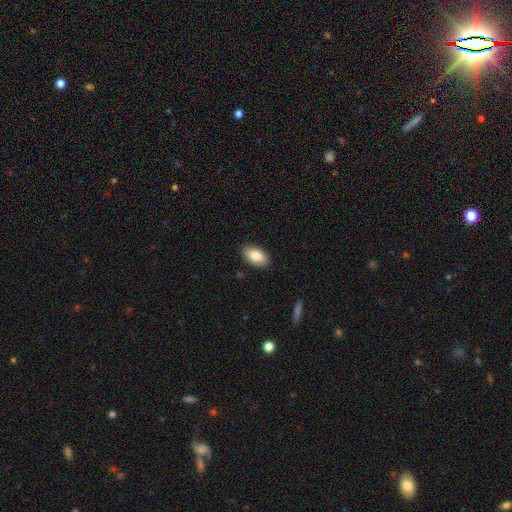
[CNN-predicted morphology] Smooth or featured? Predicted: smooth (p=0.82). How rounded? Predicted: in between (p=0.93). Merging? Predicted: none (p=0.89).